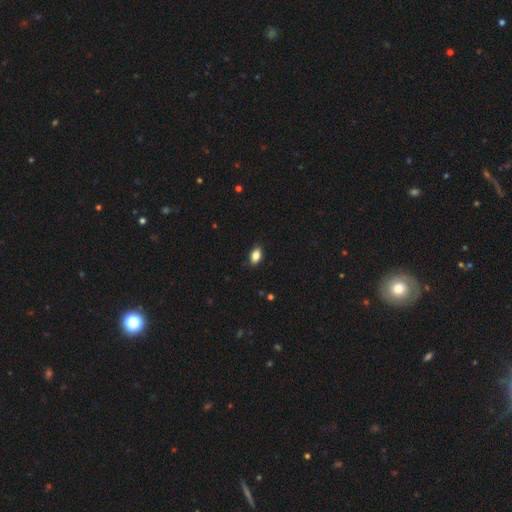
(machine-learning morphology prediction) smooth_or_featured: smooth (p=0.84) [alt: star or artifact p=0.09]
how_rounded: in between (p=0.88) [alt: round p=0.10]
merging: none (p=0.86) [alt: minor disturbance p=0.11]